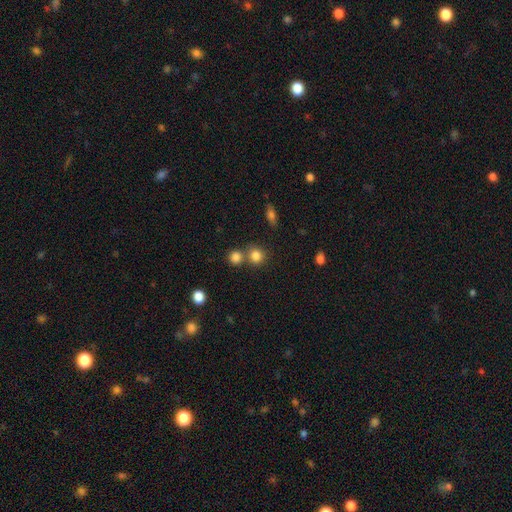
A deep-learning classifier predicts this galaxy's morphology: Overall: smooth (81%). How rounded: round (84%). Merging: none (62%; merger 27%).